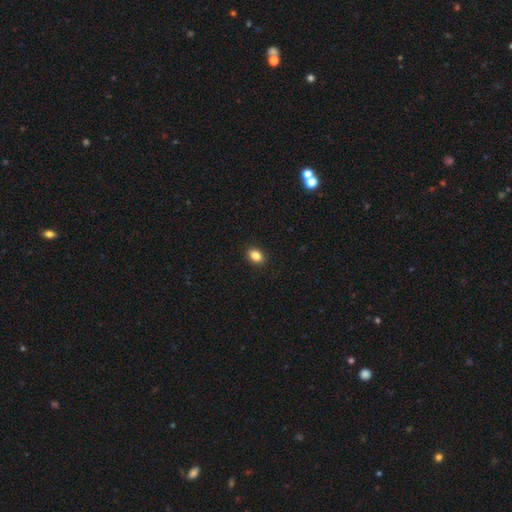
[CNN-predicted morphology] A smooth galaxy with no disk features (85%) that is in between round and cigar-shaped (71%). Merging: none (91%).